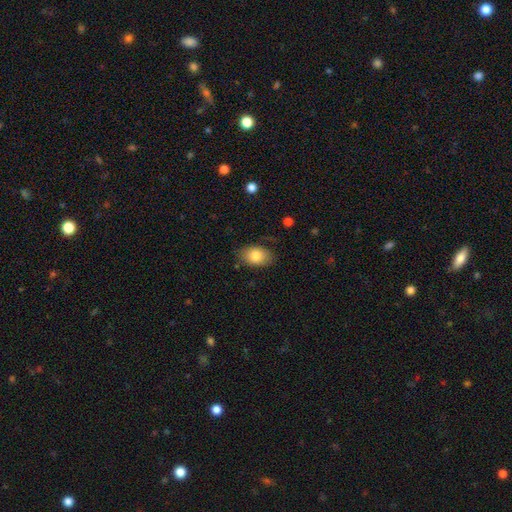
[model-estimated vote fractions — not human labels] The model was most divided on "merging": none: 76%, minor disturbance: 18%, major disturbance: 5%, merger: 1%. More confident: how rounded — in between (86%); smooth or featured — smooth (83%).